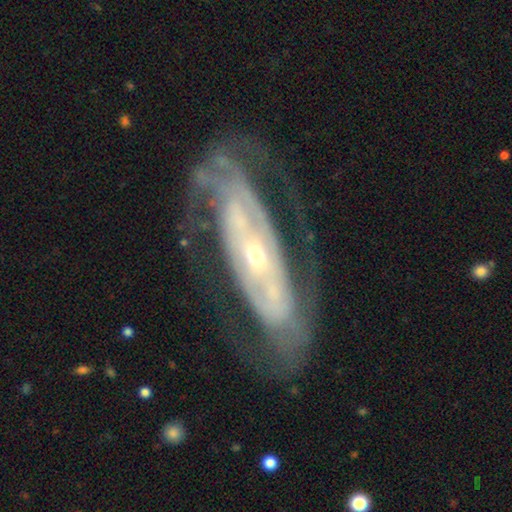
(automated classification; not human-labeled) Morphology: type=featured or disk (84%); edge-on=no (84%); bar=no (67%); spiral arms=yes (79%); winding=tight (66%); arm count=can't tell (46%); bulge=small (69%); merging=none (69%).